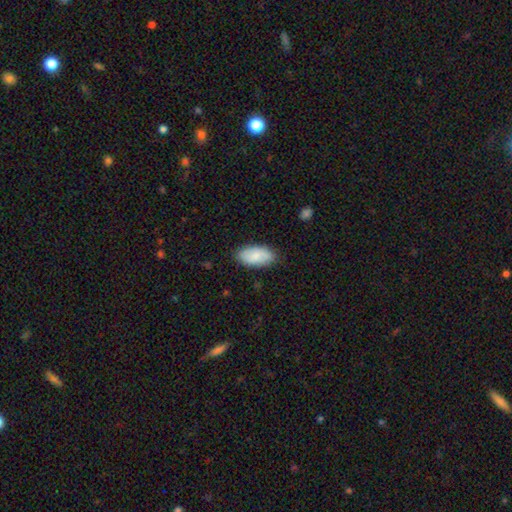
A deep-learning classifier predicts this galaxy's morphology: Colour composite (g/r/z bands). It shows a smooth galaxy with no disk features (80%) that is in between round and cigar-shaped (94%). Merging: none (85%).